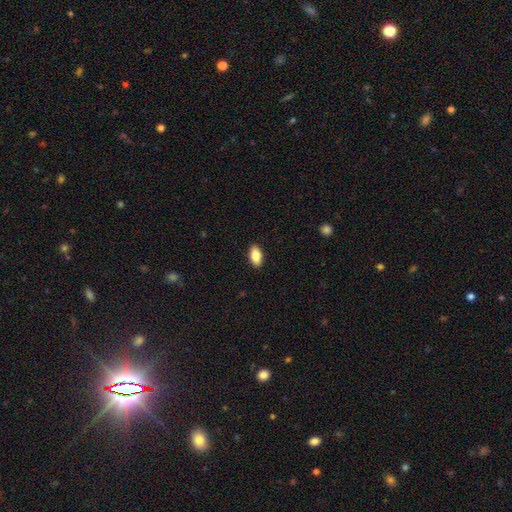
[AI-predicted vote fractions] smooth_or_featured: smooth (p=0.83) [alt: featured or disk p=0.10]
how_rounded: in between (p=0.92) [alt: cigar-shaped p=0.05]
merging: none (p=0.90) [alt: minor disturbance p=0.07]